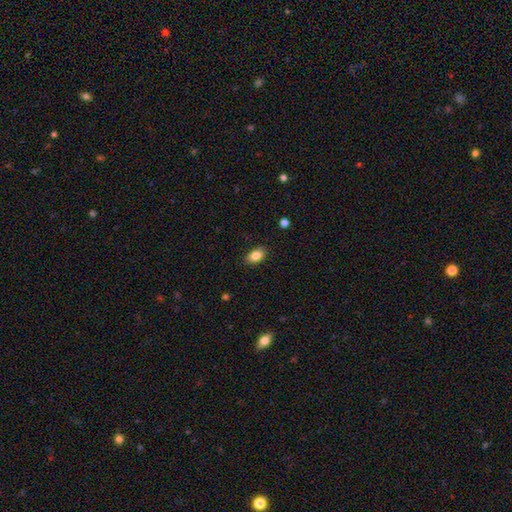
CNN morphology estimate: Smooth or featured?
  - smooth: 85% *
  - star or artifact: 8%
  - featured or disk: 7%
How rounded?
  - in between: 87% *
  - round: 11%
  - cigar-shaped: 2%
Merging?
  - none: 86% *
  - minor disturbance: 11%
  - major disturbance: 2%
  - merger: 1%